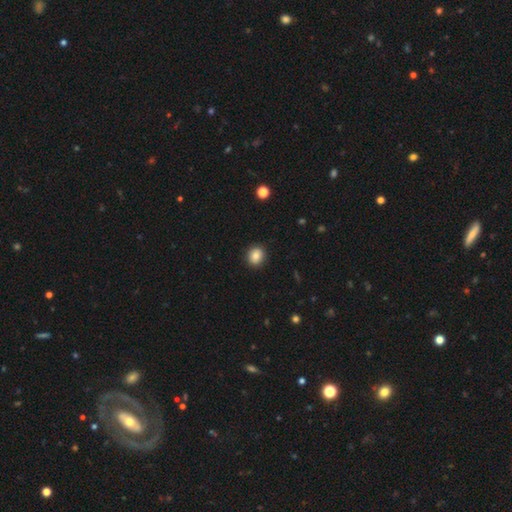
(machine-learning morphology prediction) A smooth galaxy with no disk features (84%) that is round (77%). Merging: none (91%).